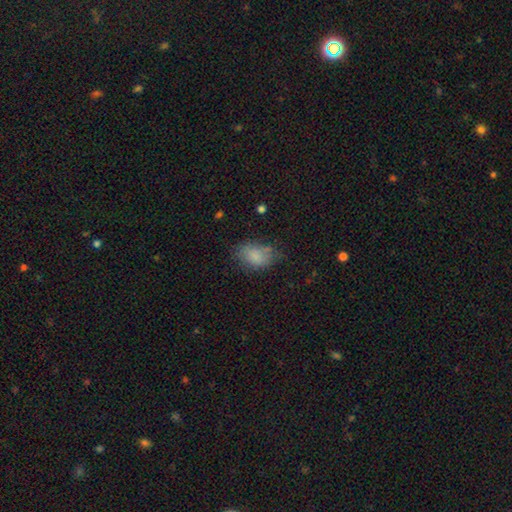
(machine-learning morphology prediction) A smooth galaxy with no disk features (82%) that is in between round and cigar-shaped (84%). Merging: none (58%).